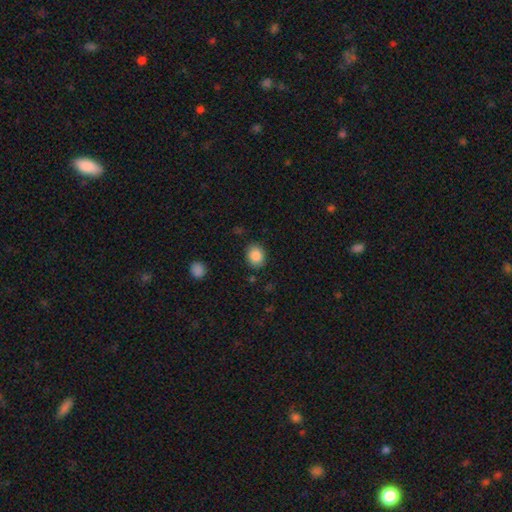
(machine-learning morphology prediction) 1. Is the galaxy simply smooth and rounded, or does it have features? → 87% smooth, 9% star or artifact, 5% featured or disk.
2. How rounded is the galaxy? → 60% round, 40% in between, 1% cigar-shaped.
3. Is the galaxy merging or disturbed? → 86% none, 10% minor disturbance, 3% major disturbance, 2% merger.